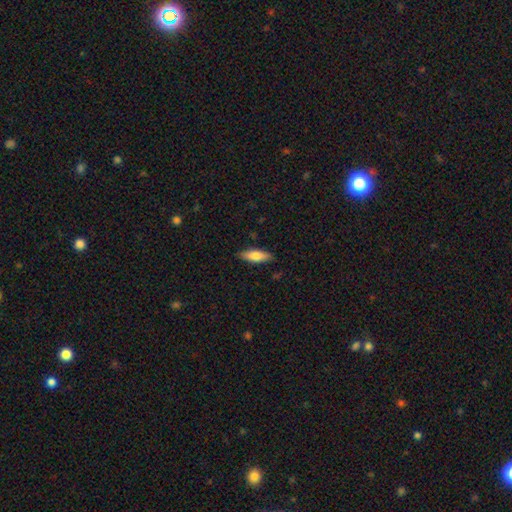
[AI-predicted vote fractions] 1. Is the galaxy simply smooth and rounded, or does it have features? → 75% smooth, 19% featured or disk, 6% star or artifact.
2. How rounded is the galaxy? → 56% in between, 42% cigar-shaped, 2% round.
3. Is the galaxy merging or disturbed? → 87% none, 10% minor disturbance, 2% major disturbance, 1% merger.